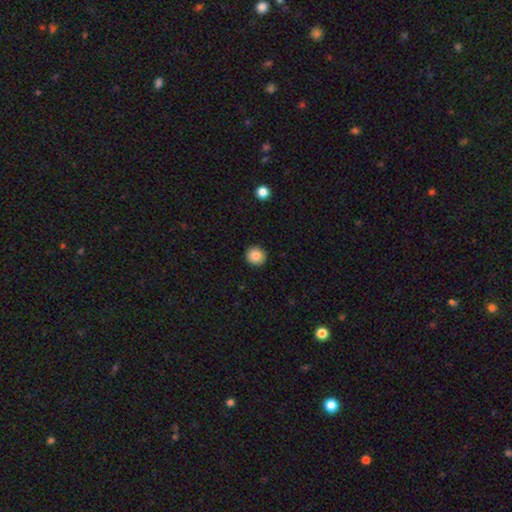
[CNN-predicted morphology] Smooth or featured: smooth — 86% (star or artifact — 9%)
How rounded: round — 90% (in between — 9%)
Merging: none — 92% (minor disturbance — 5%)